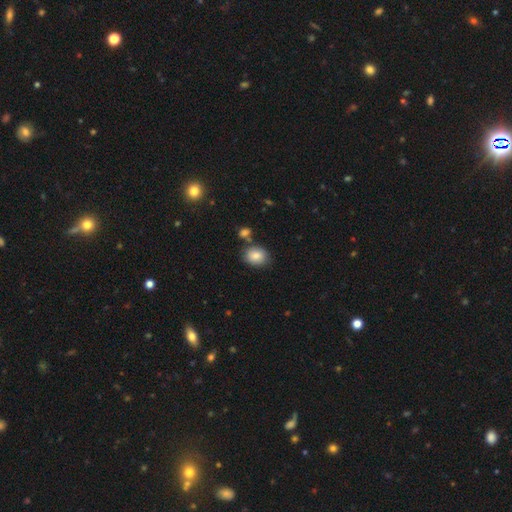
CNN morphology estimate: The model was most divided on "how rounded": in between: 50%, round: 49%, cigar-shaped: 1%. More confident: smooth or featured — smooth (84%); merging — none (72%).